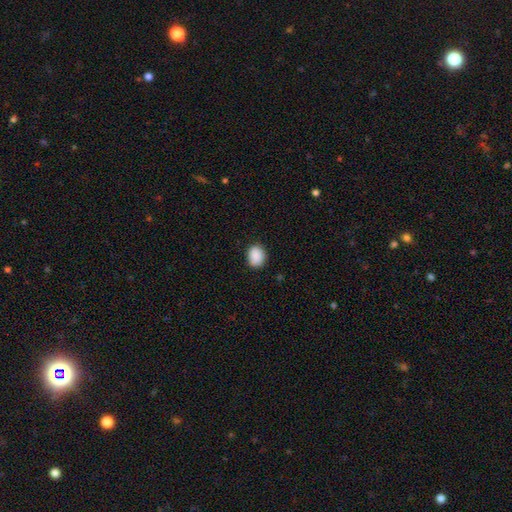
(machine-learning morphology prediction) type=smooth (90%); roundness=in between (54%); merging=none (86%).